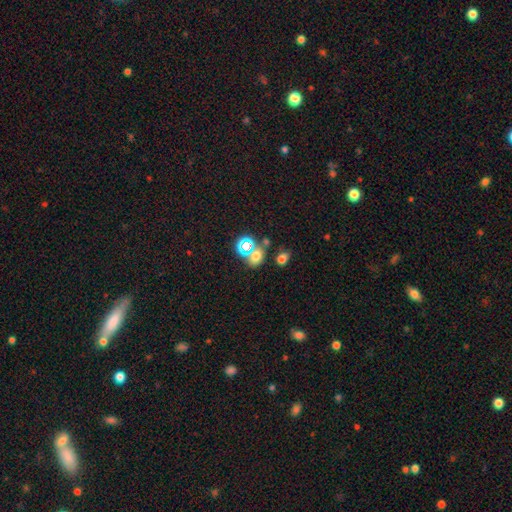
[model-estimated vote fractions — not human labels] A smooth galaxy with no disk features (61%) that is round (54%). Merging: none (61%).